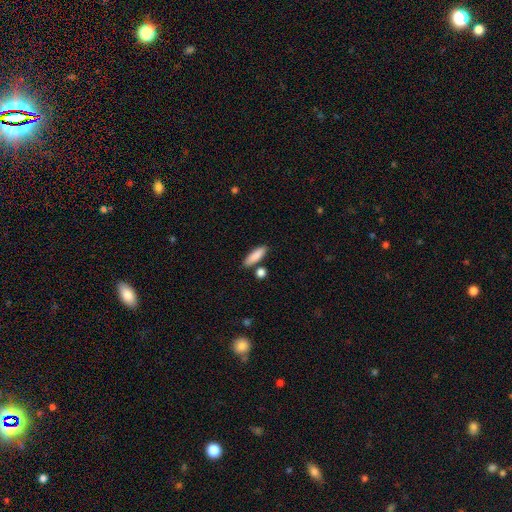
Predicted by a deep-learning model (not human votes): smooth 87%, featured or disk 7%, star or artifact 6%. Down the decision tree: how rounded — in between (49%); merging — none (80%).